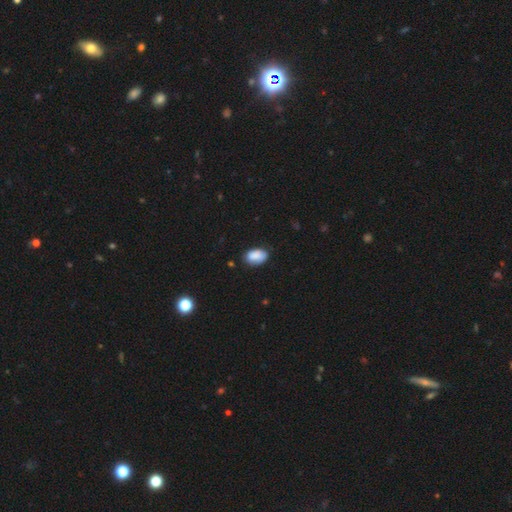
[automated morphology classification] Smooth or featured? Predicted: smooth (p=0.87). How rounded? Predicted: in between (p=0.91). Merging? Predicted: none (p=0.73).